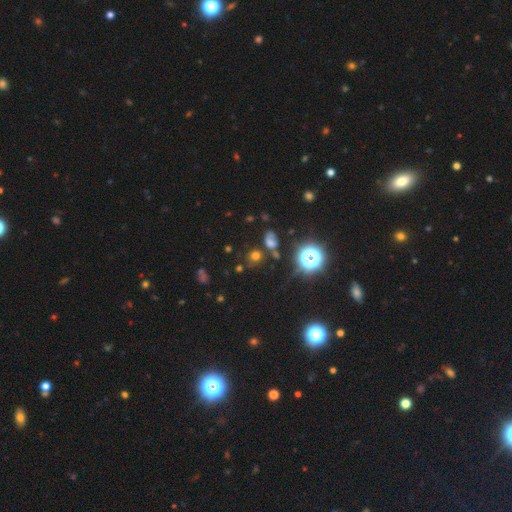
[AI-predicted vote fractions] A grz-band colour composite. It shows a smooth galaxy with no disk features (56%) that is round (72%). Merging: none (68%).